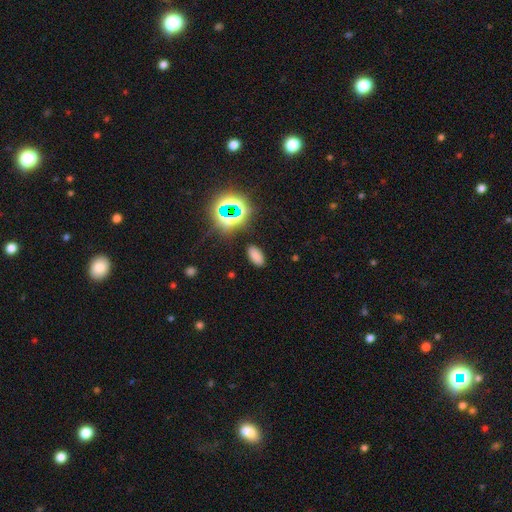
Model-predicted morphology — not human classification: Overall: smooth (70%). How rounded: in between (92%). Merging: none (88%).